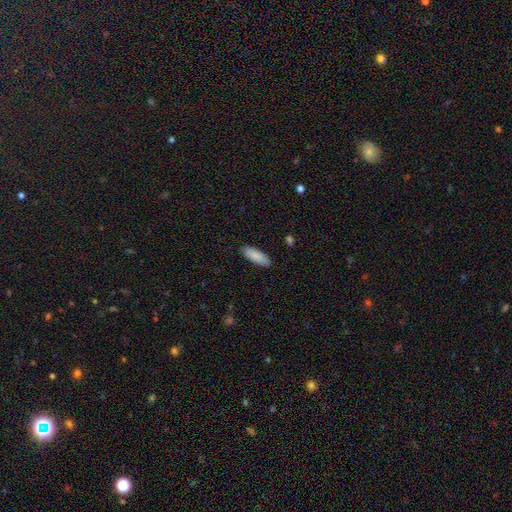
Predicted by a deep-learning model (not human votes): Q: Smooth or featured?
A: smooth (88%); runner-up: featured or disk (6%)
Q: How rounded?
A: in between (60%); runner-up: cigar-shaped (38%)
Q: Merging?
A: none (89%); runner-up: minor disturbance (8%)